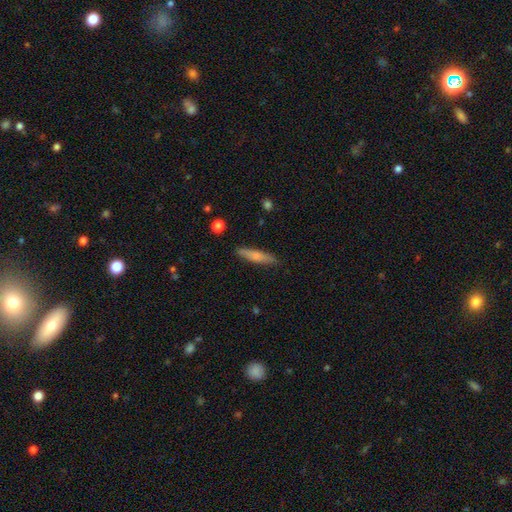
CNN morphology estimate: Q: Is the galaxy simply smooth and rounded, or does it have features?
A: smooth — 71%.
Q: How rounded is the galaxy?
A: cigar-shaped — 85%.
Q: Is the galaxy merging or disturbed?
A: none — 84%.